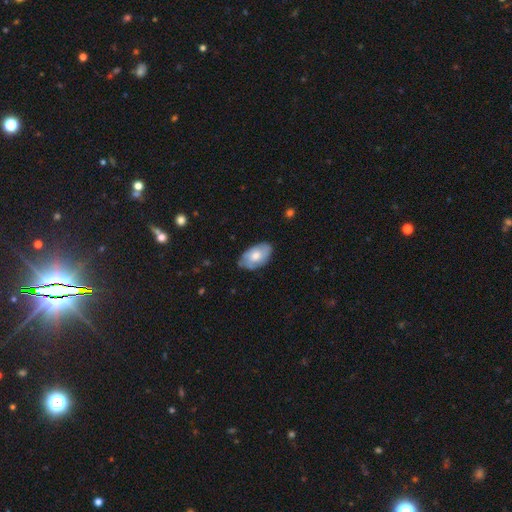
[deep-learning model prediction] Smooth or featured? Predicted: smooth (p=0.63). How rounded? Predicted: in between (p=0.93). Merging? Predicted: none (p=0.73).